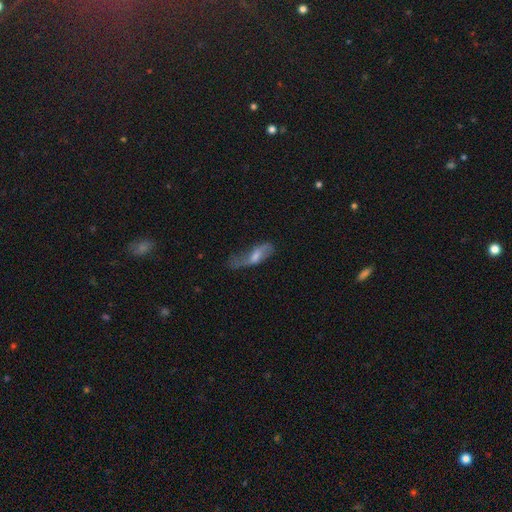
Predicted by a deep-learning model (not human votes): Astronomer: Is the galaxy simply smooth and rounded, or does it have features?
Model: featured or disk — 55% (runner-up: smooth, 36%).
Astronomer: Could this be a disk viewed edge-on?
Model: no — 76%.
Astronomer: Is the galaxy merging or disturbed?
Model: none — 44% (runner-up: minor disturbance, 29%).